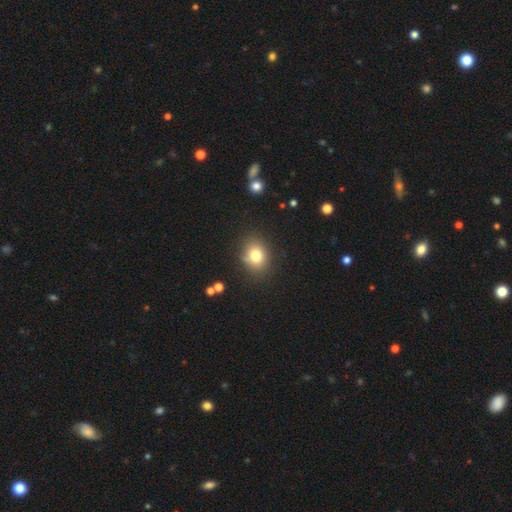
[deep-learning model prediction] The model was most divided on "how rounded": round: 57%, in between: 42%, cigar-shaped: 1%. More confident: merging — none (82%); smooth or featured — smooth (78%).